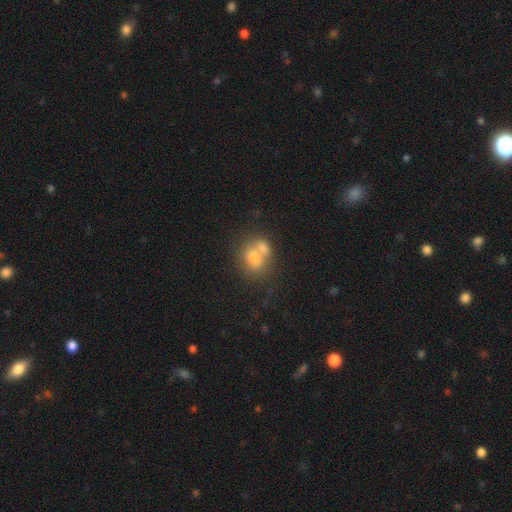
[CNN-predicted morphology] Smooth or featured?
  - smooth: 70% *
  - featured or disk: 19%
  - star or artifact: 11%
How rounded?
  - in between: 61% *
  - round: 37%
  - cigar-shaped: 2%
Merging?
  - merger: 57% *
  - none: 28%
  - minor disturbance: 10%
  - major disturbance: 6%